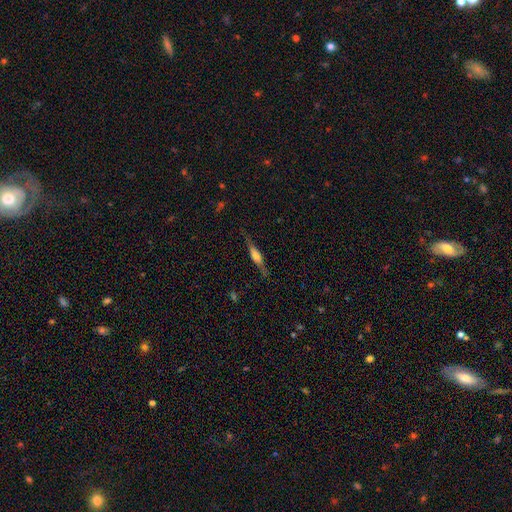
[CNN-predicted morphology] Smooth or featured? Predicted: featured or disk (p=0.63). Edge-on disk? Predicted: yes (p=0.94). Edge-on bulge? Predicted: rounded (p=0.70). Merging? Predicted: none (p=0.81).